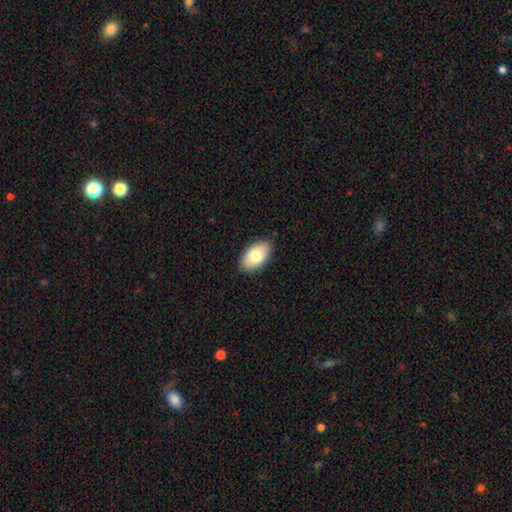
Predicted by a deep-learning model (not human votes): This appears to be a smooth galaxy with no disk features (79%) that is in between round and cigar-shaped (95%). Merging: none (87%).